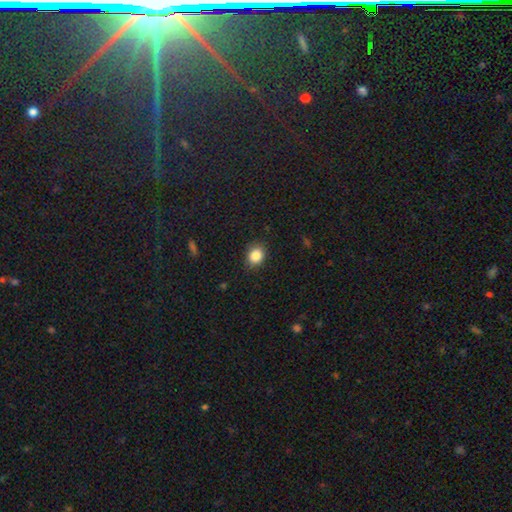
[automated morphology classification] This is clearly a smooth galaxy (86%). How rounded: possibly round (58%). Merging: clearly none (86%).